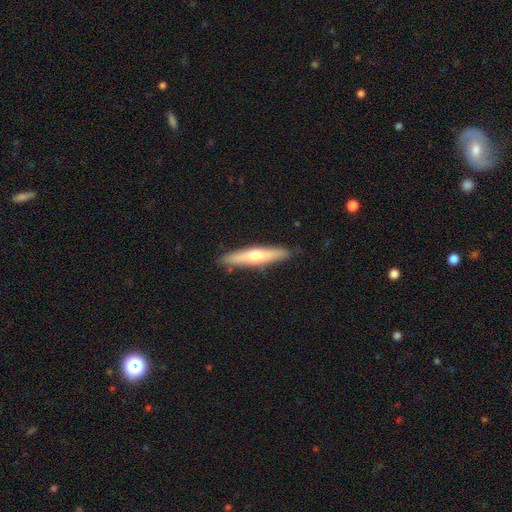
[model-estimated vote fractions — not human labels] smooth 49%, featured or disk 46%, star or artifact 5%. Down the decision tree: merging — none (89%).